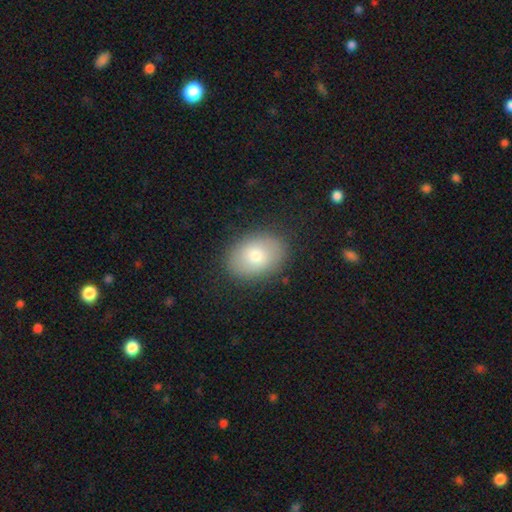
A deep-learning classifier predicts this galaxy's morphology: A smooth galaxy with no disk features (76%) that is in between round and cigar-shaped (72%).

Vote fractions:
- Smooth or featured? smooth: 76% / featured or disk: 16% / star or artifact: 8%
- How rounded? in between: 72% / round: 26% / cigar-shaped: 1%
- Merging? none: 86% / minor disturbance: 10% / major disturbance: 3% / merger: 1%